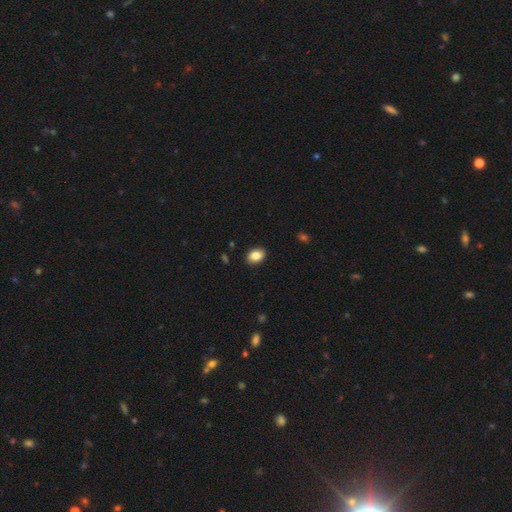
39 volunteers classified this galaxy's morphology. smooth_or_featured: smooth (p=0.92) [alt: star or artifact p=0.05]
how_rounded: in between (p=0.81) [alt: round p=0.19]
merging: none (p=0.95) [alt: minor disturbance p=0.05]